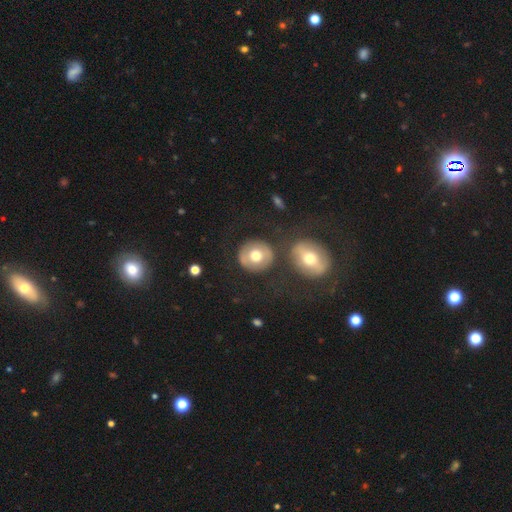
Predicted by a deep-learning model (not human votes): A smooth galaxy with no disk features (62%) that is round (89%). Merging: none (75%).